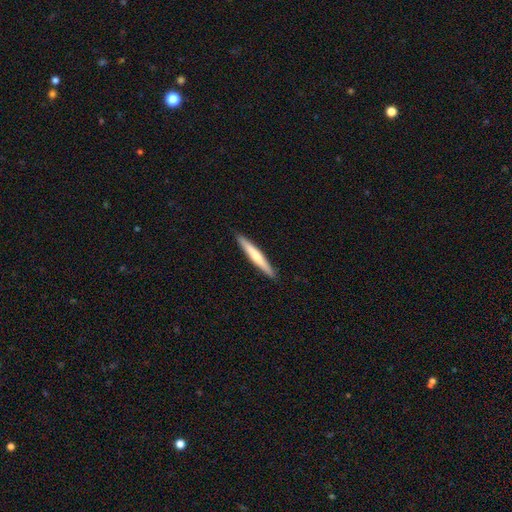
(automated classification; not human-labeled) Morphology: type=smooth (54%); roundness=cigar-shaped (95%); merging=none (92%).